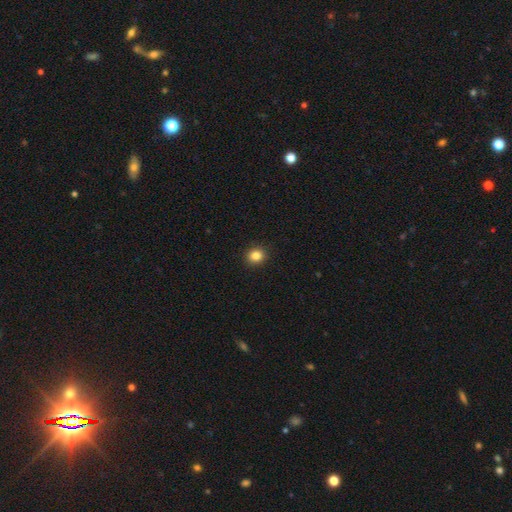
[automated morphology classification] Overall: smooth (84%). How rounded: round (76%). Merging: none (92%).